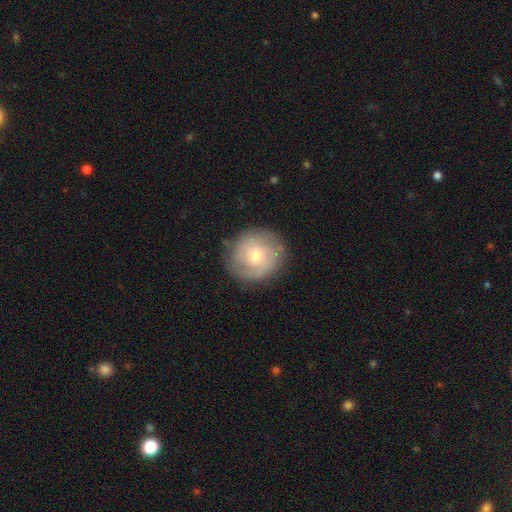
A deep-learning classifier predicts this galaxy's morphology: Smooth or featured? featured or disk (54%)
Edge-on disk? no (97%)
Bar? no (72%)
Spiral arms? yes (76%)
Bulge size? moderate (52%)
Merging? none (81%)